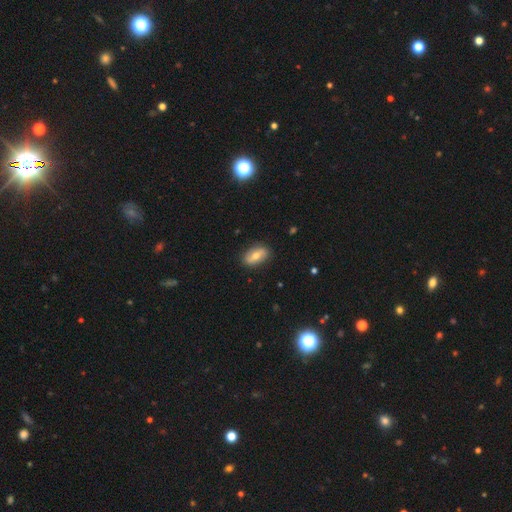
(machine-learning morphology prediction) smooth-or-featured: smooth: 52% | featured or disk: 40% | star or artifact: 8%
  how-rounded: in between: 88% | round: 7% | cigar-shaped: 5%
  merging: none: 85% | minor disturbance: 11% | major disturbance: 2% | merger: 1%